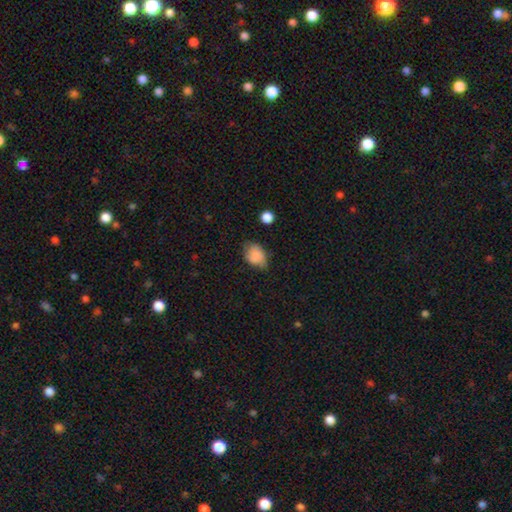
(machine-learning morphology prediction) This is clearly a smooth galaxy (82%). How rounded: likely in between (67%). Merging: possibly none (56%).